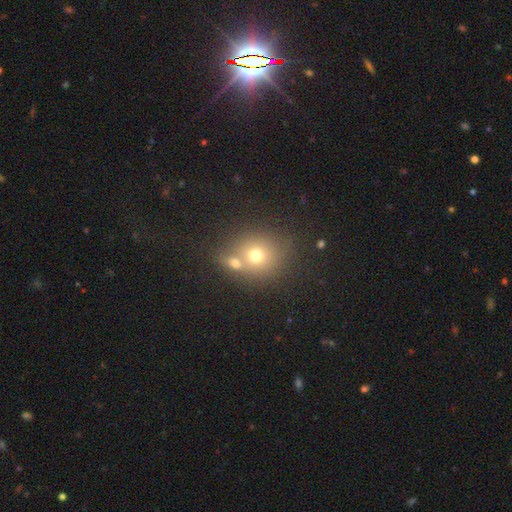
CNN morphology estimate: Smooth or featured? Predicted: smooth (p=0.68). How rounded? Predicted: round (p=0.79). Merging? Predicted: none (p=0.44).